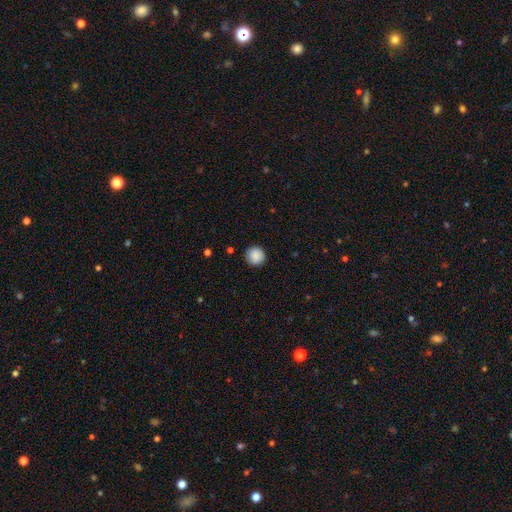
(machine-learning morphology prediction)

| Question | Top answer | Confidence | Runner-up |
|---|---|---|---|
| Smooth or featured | smooth | 89% | star or artifact (8%) |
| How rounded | round | 95% | in between (4%) |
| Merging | none | 90% | minor disturbance (7%) |